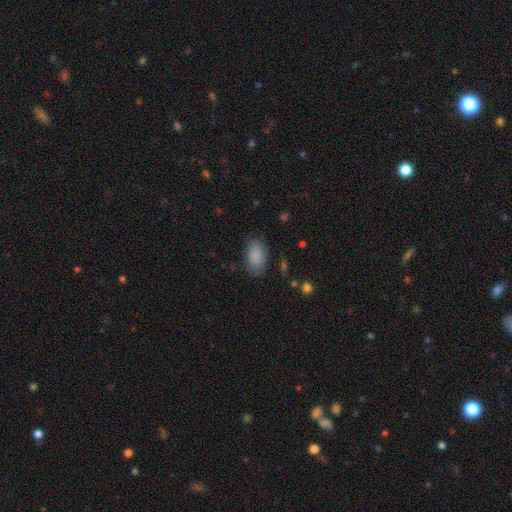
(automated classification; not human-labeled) This appears to be a smooth galaxy with no disk features (88%) that is in between round and cigar-shaped (92%). Merging: none (79%).